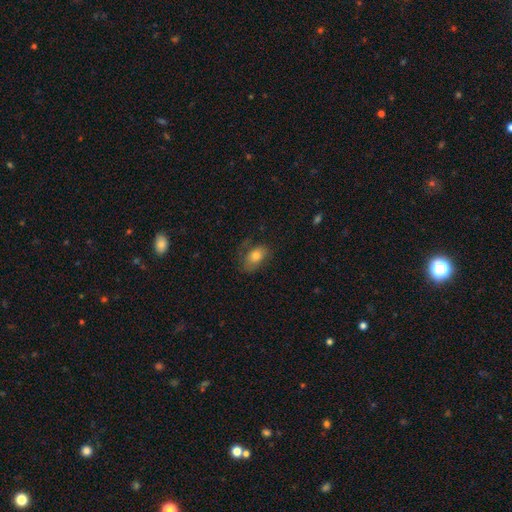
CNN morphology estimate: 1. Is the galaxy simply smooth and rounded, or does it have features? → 74% smooth, 17% featured or disk, 9% star or artifact.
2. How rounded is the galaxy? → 88% in between, 10% round, 2% cigar-shaped.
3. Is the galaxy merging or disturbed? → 60% none, 25% minor disturbance, 13% major disturbance, 2% merger.